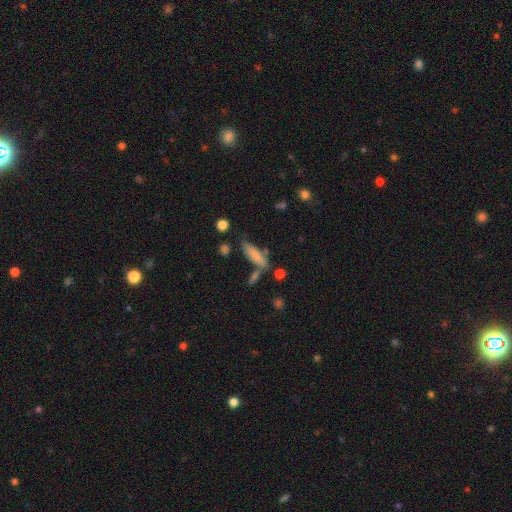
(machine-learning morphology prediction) Overall: smooth (76%). How rounded: cigar-shaped (59%; in between 39%). Merging: none (59%; minor disturbance 21%).